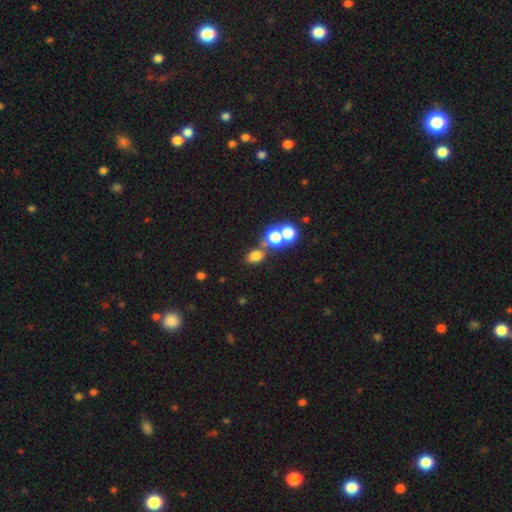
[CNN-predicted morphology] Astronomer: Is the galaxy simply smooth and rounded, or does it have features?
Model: smooth — 72%.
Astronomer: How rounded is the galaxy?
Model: in between — 58% (runner-up: round, 41%).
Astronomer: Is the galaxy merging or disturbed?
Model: none — 54% (runner-up: merger, 32%).